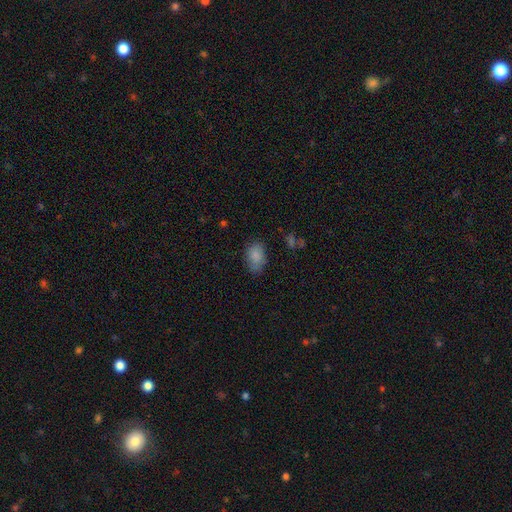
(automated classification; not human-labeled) smooth 85%, star or artifact 9%, featured or disk 6%. Down the decision tree: how rounded — in between (88%); merging — none (71%).